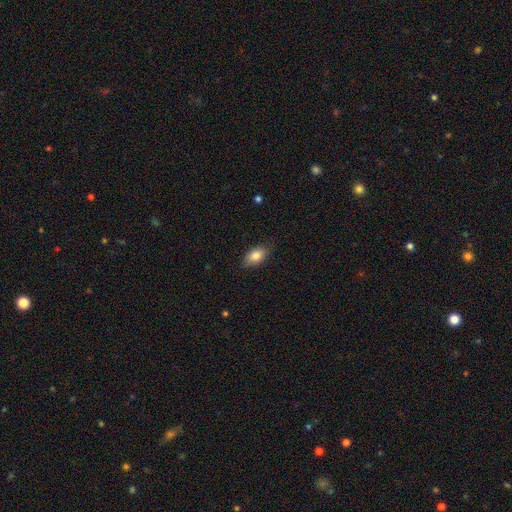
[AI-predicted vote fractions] Smooth or featured? smooth (83%)
How rounded? in between (89%)
Merging? none (83%)